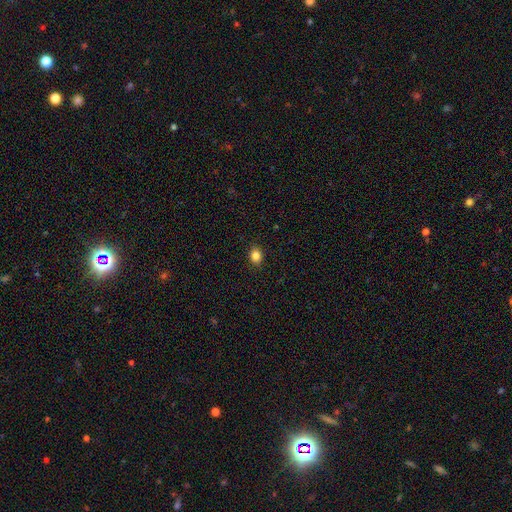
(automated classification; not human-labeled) A smooth galaxy with no disk features (85%) that is in between round and cigar-shaped (58%). Merging: none (90%).